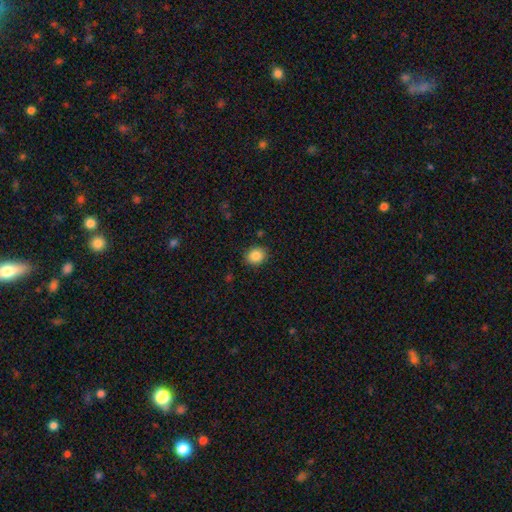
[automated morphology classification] type=smooth (86%); roundness=round (68%); merging=none (88%).